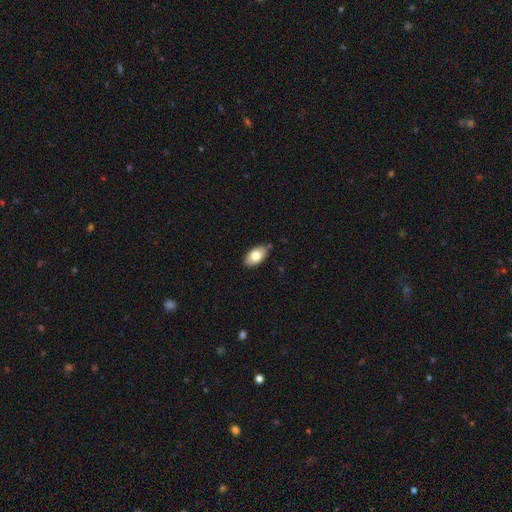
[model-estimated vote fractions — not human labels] smooth 78%, featured or disk 16%, star or artifact 7%. Down the decision tree: how rounded — in between (93%); merging — none (84%).